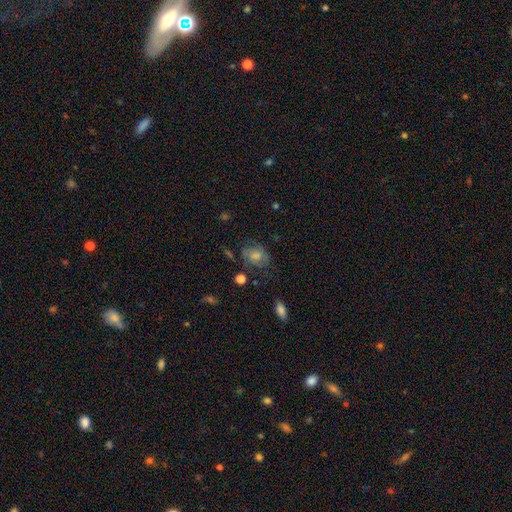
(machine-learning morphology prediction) smooth-or-featured: smooth: 61% | featured or disk: 28% | star or artifact: 11%
  how-rounded: in between: 63% | round: 35% | cigar-shaped: 1%
  merging: none: 56% | minor disturbance: 26% | major disturbance: 15% | merger: 4%